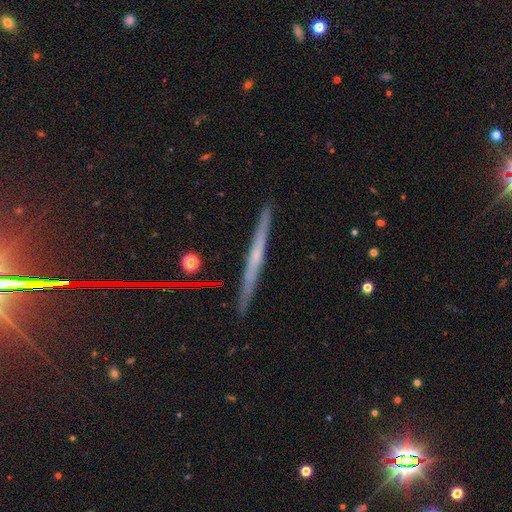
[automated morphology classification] Smooth or featured? Predicted: featured or disk (p=0.63). Edge-on disk? Predicted: yes (p=0.97). Edge-on bulge? Predicted: none (p=0.72). Merging? Predicted: none (p=0.90).